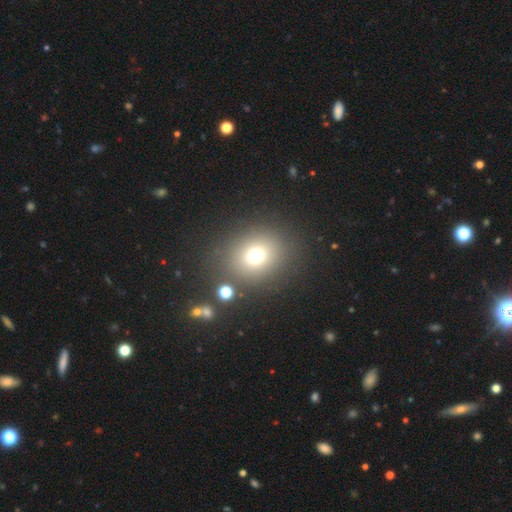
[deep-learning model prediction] Smooth or featured?
  - smooth: 72% *
  - star or artifact: 18%
  - featured or disk: 11%
How rounded?
  - round: 71% *
  - in between: 28%
  - cigar-shaped: 1%
Merging?
  - none: 83% *
  - minor disturbance: 8%
  - major disturbance: 5%
  - merger: 4%